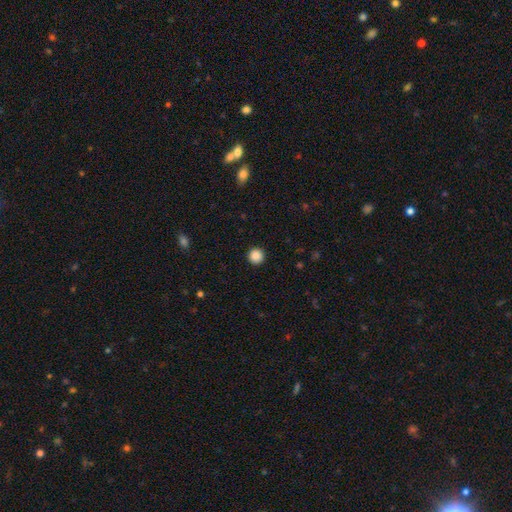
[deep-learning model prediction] This appears to be a smooth galaxy with no disk features (88%) that is round (96%). Merging: none (93%).